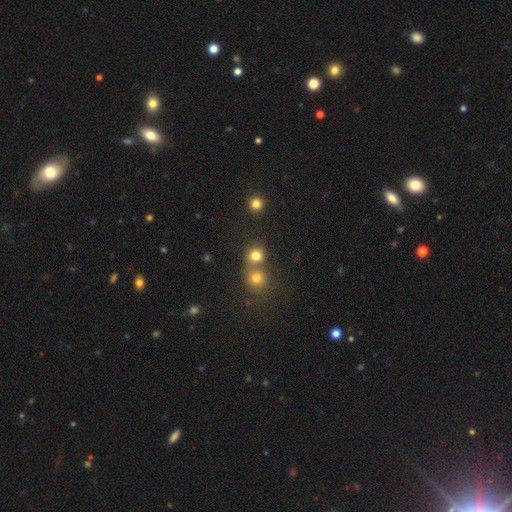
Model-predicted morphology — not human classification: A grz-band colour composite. It shows a smooth galaxy with no disk features (78%) that is round (85%). Merging: none (50%).